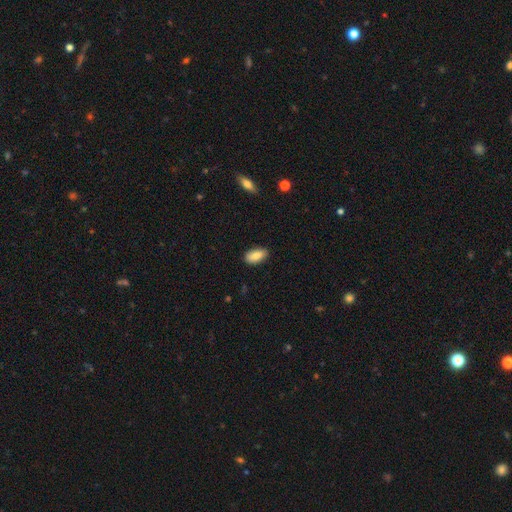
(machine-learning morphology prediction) A smooth galaxy with no disk features (85%) that is in between round and cigar-shaped (92%).

Vote fractions:
- Smooth or featured? smooth: 85% / featured or disk: 8% / star or artifact: 7%
- How rounded? in between: 92% / cigar-shaped: 6% / round: 3%
- Merging? none: 86% / minor disturbance: 11% / major disturbance: 2% / merger: 1%